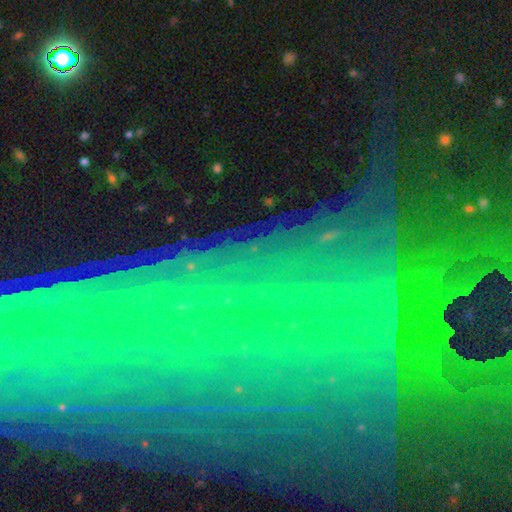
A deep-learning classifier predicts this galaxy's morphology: type=star or artifact (77%).